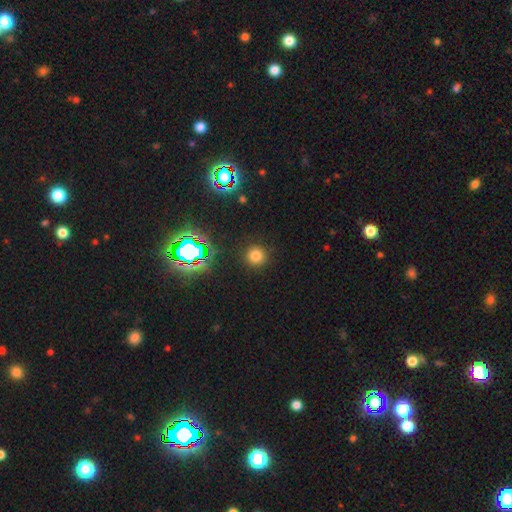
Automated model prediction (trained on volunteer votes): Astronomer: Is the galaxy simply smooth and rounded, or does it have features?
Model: smooth — 71%.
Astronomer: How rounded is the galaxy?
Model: round — 94%.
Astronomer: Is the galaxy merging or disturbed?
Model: none — 89%.